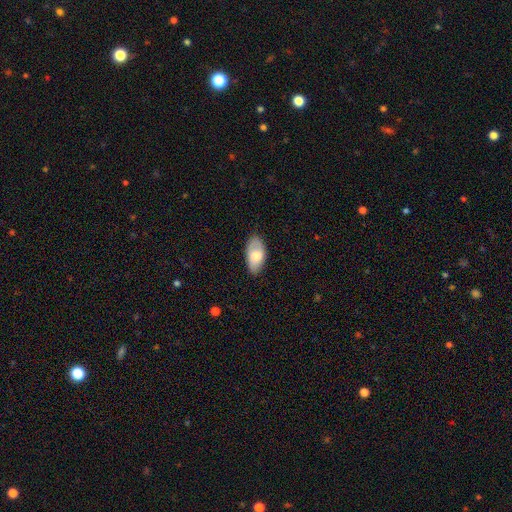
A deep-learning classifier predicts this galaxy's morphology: type=smooth (71%); roundness=in between (94%); merging=none (80%).